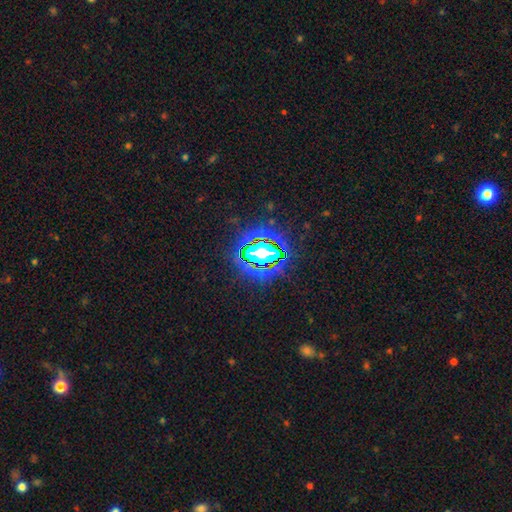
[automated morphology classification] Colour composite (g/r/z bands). It shows a star or artifact, not a galaxy (73%).